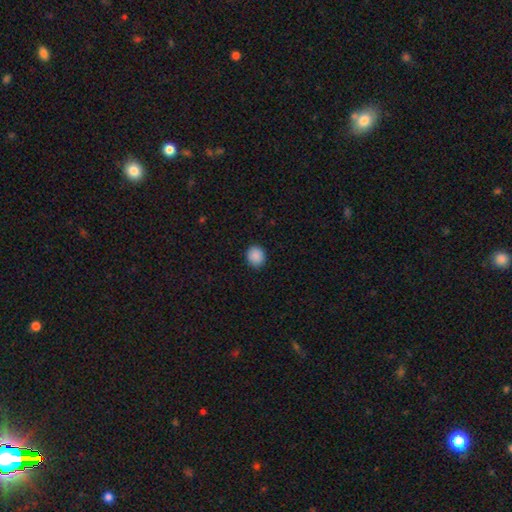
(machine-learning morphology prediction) A smooth galaxy with no disk features (89%) that is round (81%). Merging: none (90%).